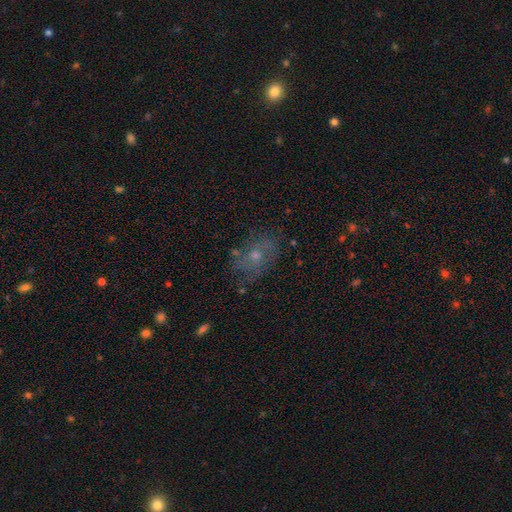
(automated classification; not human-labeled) Q: Smooth or featured?
A: featured or disk (47%); runner-up: smooth (36%)
Q: Merging?
A: none (69%); runner-up: minor disturbance (20%)